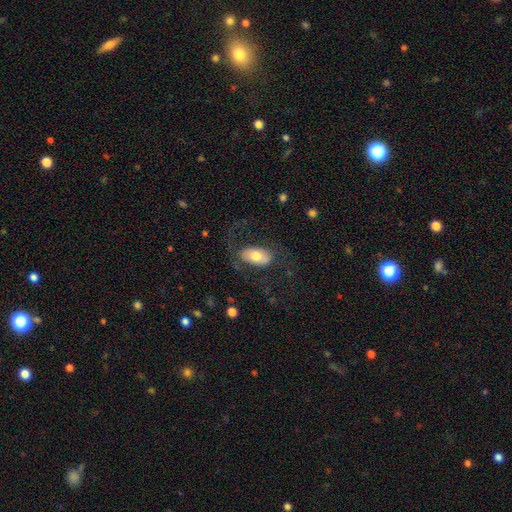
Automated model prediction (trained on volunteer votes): Q: Smooth or featured?
A: smooth (60%); runner-up: featured or disk (34%)
Q: How rounded?
A: in between (93%); runner-up: round (4%)
Q: Merging?
A: none (64%); runner-up: major disturbance (19%)